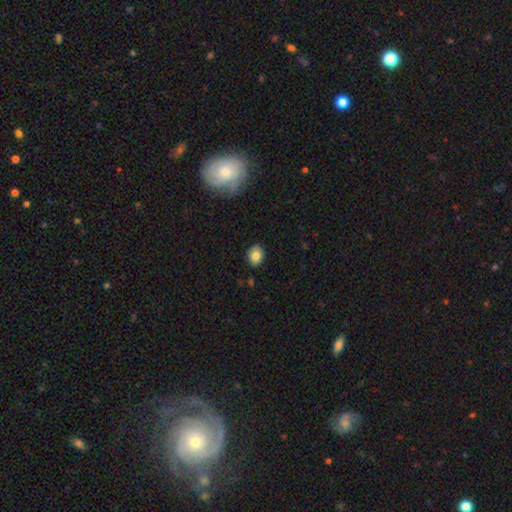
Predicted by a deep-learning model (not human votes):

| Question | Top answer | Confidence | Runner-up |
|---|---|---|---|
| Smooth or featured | smooth | 82% | featured or disk (9%) |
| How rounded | in between | 56% | round (43%) |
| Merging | none | 89% | minor disturbance (9%) |